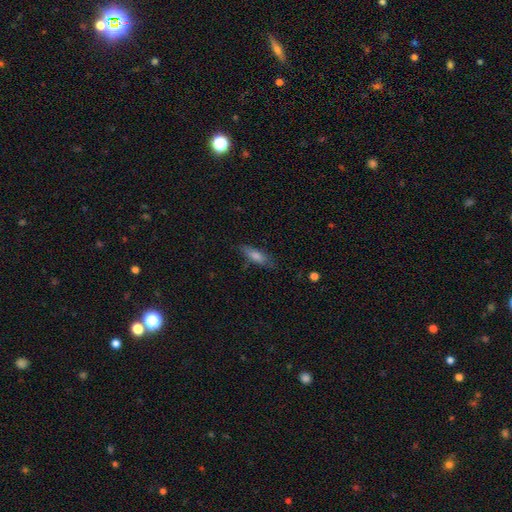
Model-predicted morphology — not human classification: This appears to be a smooth galaxy with no disk features (67%) that is cigar-shaped (60%). Merging: none (77%).